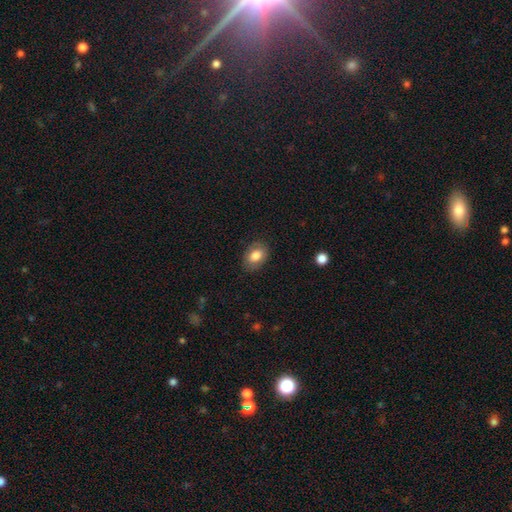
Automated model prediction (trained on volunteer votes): A smooth galaxy with no disk features (78%) that is in between round and cigar-shaped (77%).

Vote fractions:
- Smooth or featured? smooth: 78% / featured or disk: 15% / star or artifact: 8%
- How rounded? in between: 77% / round: 21% / cigar-shaped: 1%
- Merging? none: 82% / minor disturbance: 13% / major disturbance: 4% / merger: 1%